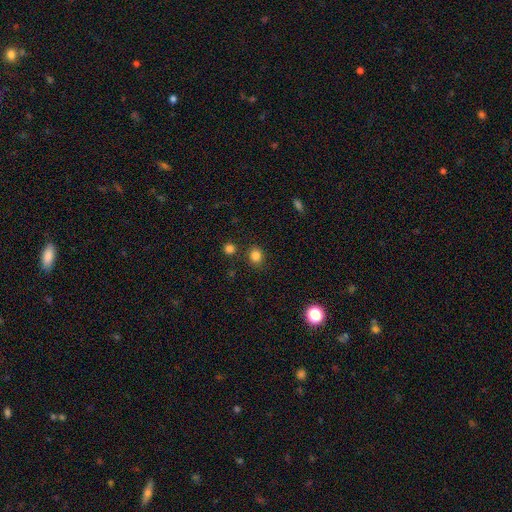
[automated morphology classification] smooth_or_featured: smooth (p=0.83) [alt: star or artifact p=0.13]
how_rounded: round (p=0.72) [alt: in between p=0.27]
merging: none (p=0.84) [alt: minor disturbance p=0.09]